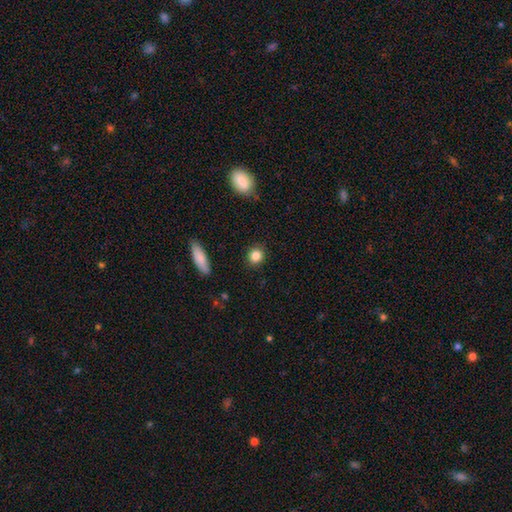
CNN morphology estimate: Smooth or featured?
  - smooth: 85% *
  - star or artifact: 10%
  - featured or disk: 5%
How rounded?
  - round: 79% *
  - in between: 19%
  - cigar-shaped: 2%
Merging?
  - none: 89% *
  - minor disturbance: 8%
  - major disturbance: 2%
  - merger: 1%